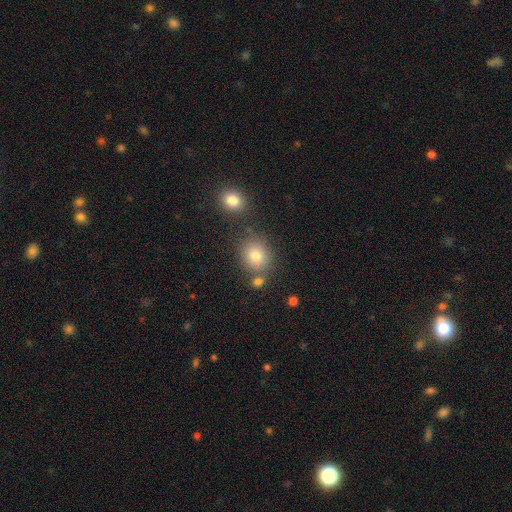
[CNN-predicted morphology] Smooth or featured: smooth — 77% (star or artifact — 14%)
How rounded: round — 76% (in between — 23%)
Merging: none — 72% (merger — 13%)